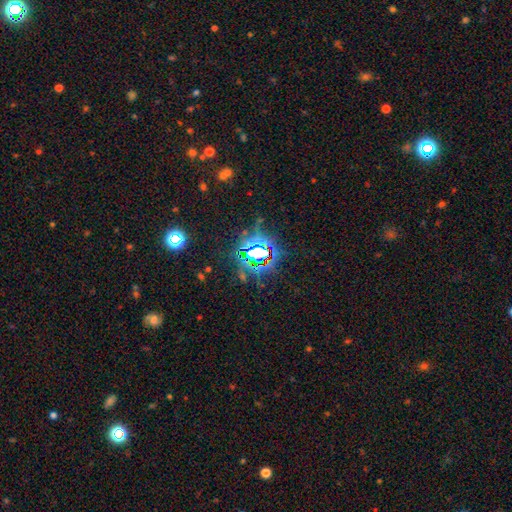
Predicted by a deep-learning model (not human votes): smooth-or-featured: star or artifact: 78% | smooth: 11% | featured or disk: 10%